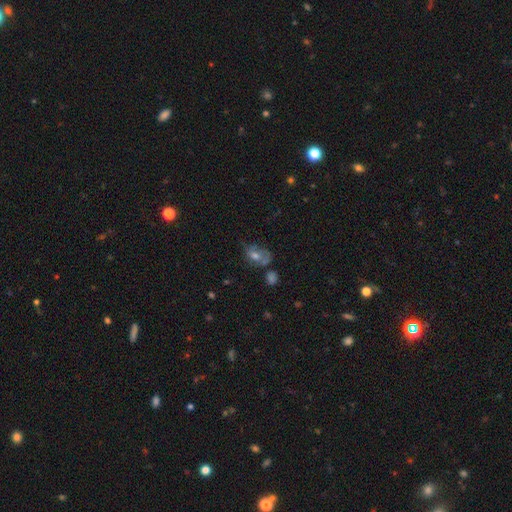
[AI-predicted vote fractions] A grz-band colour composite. It shows a smooth galaxy with no disk features (41%). Merging: none (45%).